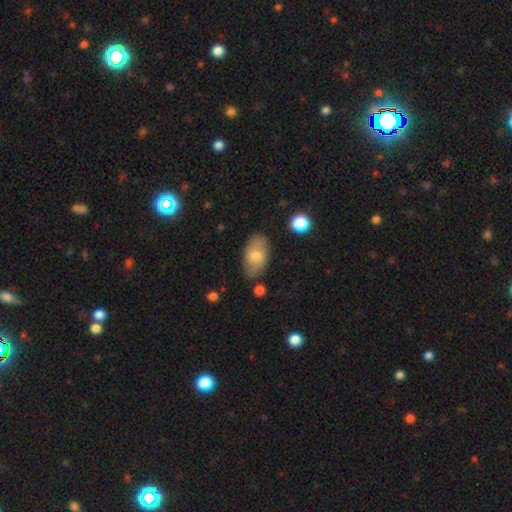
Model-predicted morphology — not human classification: The model was most divided on "smooth or featured": smooth: 73%, featured or disk: 21%, star or artifact: 7%. More confident: how rounded — in between (93%); merging — none (76%).